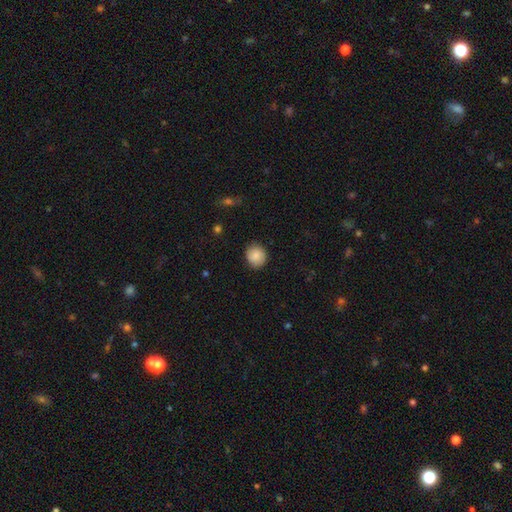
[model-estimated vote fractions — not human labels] Overall: smooth (85%). How rounded: round (81%). Merging: none (84%).